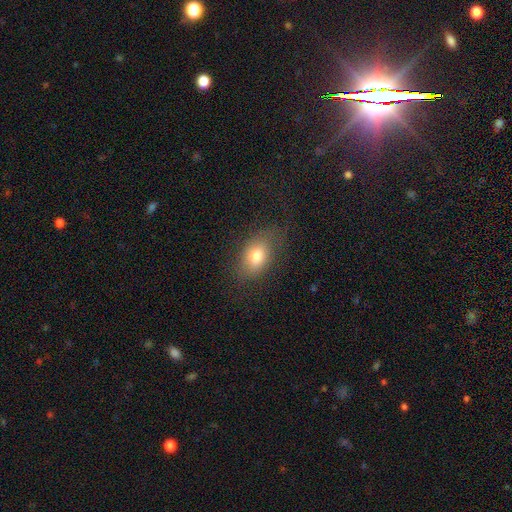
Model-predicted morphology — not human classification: This is likely a smooth galaxy (76%). How rounded: clearly in between (83%). Merging: likely none (72%).